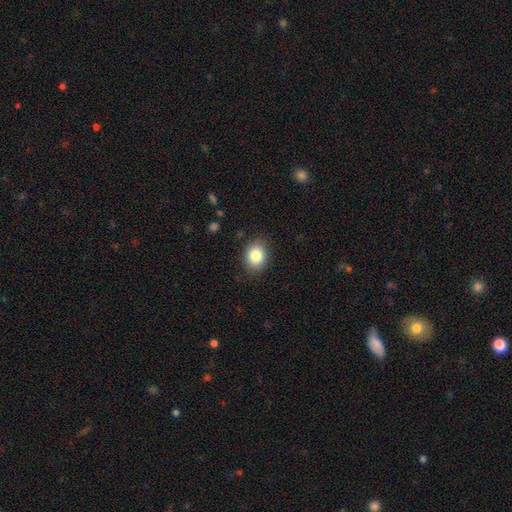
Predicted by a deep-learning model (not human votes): A smooth galaxy with no disk features (84%) that is in between round and cigar-shaped (54%).

Vote fractions:
- Smooth or featured? smooth: 84% / star or artifact: 9% / featured or disk: 7%
- How rounded? in between: 54% / round: 45% / cigar-shaped: 1%
- Merging? none: 85% / minor disturbance: 11% / major disturbance: 3% / merger: 1%